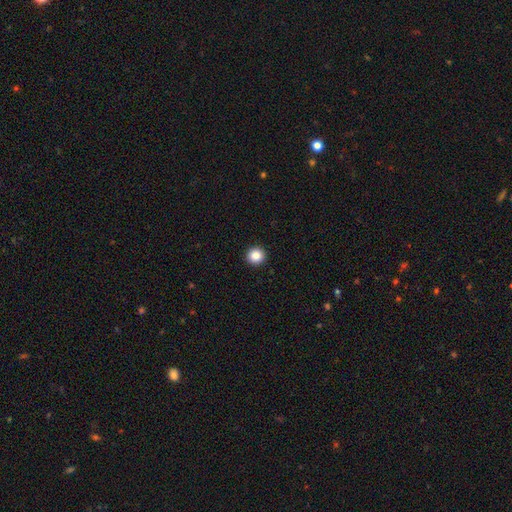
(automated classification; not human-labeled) smooth_or_featured: smooth (p=0.87) [alt: star or artifact p=0.10]
how_rounded: round (p=0.94) [alt: in between p=0.05]
merging: none (p=0.94) [alt: minor disturbance p=0.04]